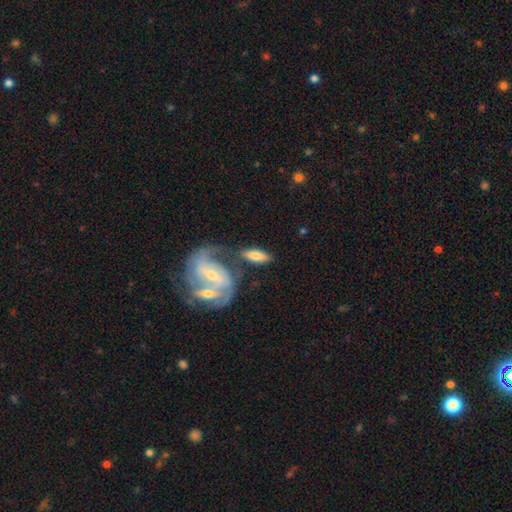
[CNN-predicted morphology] A smooth galaxy with no disk features (60%) that is in between round and cigar-shaped (67%). Merging: none (55%).